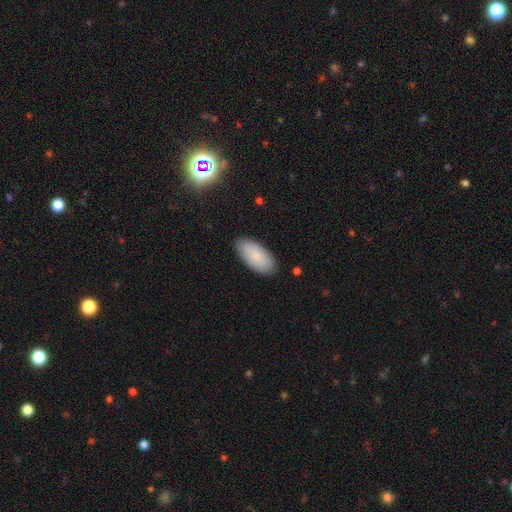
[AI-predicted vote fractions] Q: Smooth or featured?
A: smooth (84%); runner-up: featured or disk (9%)
Q: How rounded?
A: in between (93%); runner-up: cigar-shaped (5%)
Q: Merging?
A: none (86%); runner-up: minor disturbance (11%)